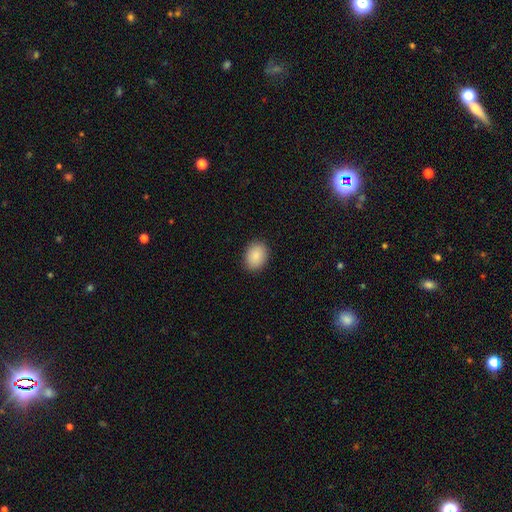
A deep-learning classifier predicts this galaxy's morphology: type=smooth (88%); roundness=in between (67%); merging=none (89%).